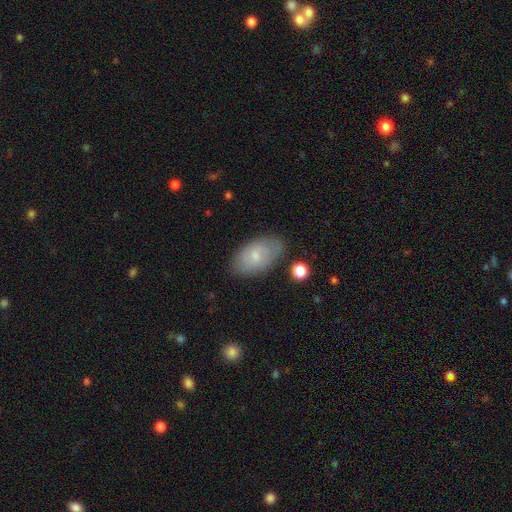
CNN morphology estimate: Q: Smooth or featured?
A: smooth (64%); runner-up: featured or disk (29%)
Q: How rounded?
A: in between (93%); runner-up: round (5%)
Q: Merging?
A: none (76%); runner-up: minor disturbance (17%)